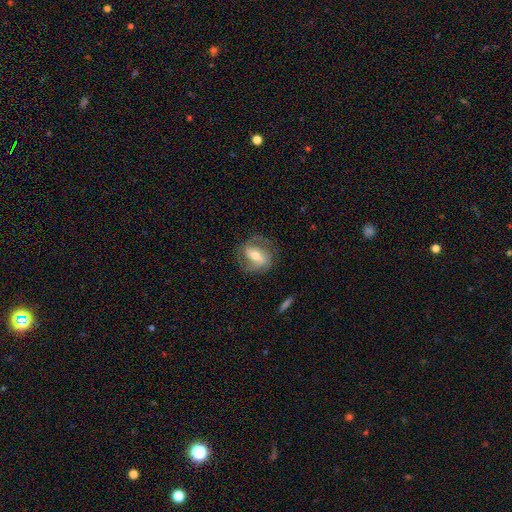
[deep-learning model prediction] Q: Smooth or featured?
A: featured or disk (74%); runner-up: smooth (19%)
Q: Edge-on disk?
A: no (95%); runner-up: yes (5%)
Q: Bar?
A: weak (40%); tied with: strong (40%)
Q: Spiral arms?
A: yes (88%); runner-up: no (12%)
Q: Spiral winding?
A: medium (46%); runner-up: tight (32%)
Q: Spiral arm count?
A: 2 (81%); runner-up: can't tell (9%)
Q: Bulge size?
A: moderate (63%); runner-up: small (28%)
Q: Merging?
A: none (74%); runner-up: minor disturbance (16%)